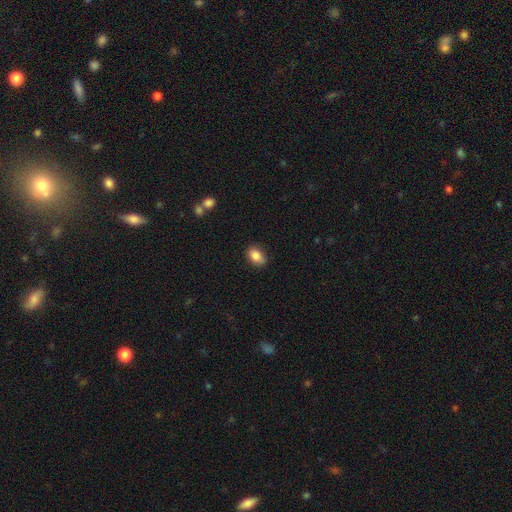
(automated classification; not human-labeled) This appears to be a smooth galaxy with no disk features (86%) that is in between round and cigar-shaped (81%). Merging: none (79%).